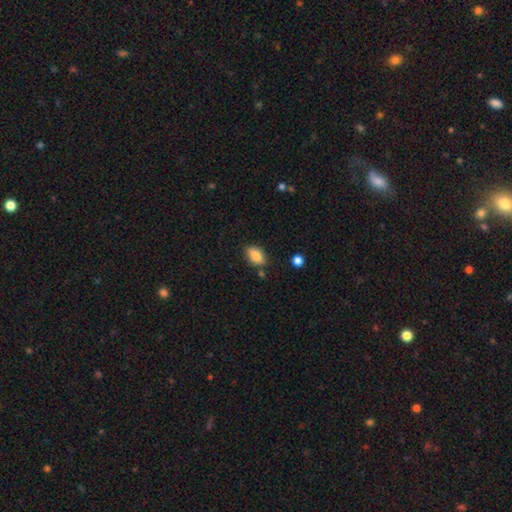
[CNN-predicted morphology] smooth 82%, featured or disk 9%, star or artifact 8%. Down the decision tree: how rounded — in between (88%); merging — none (80%).